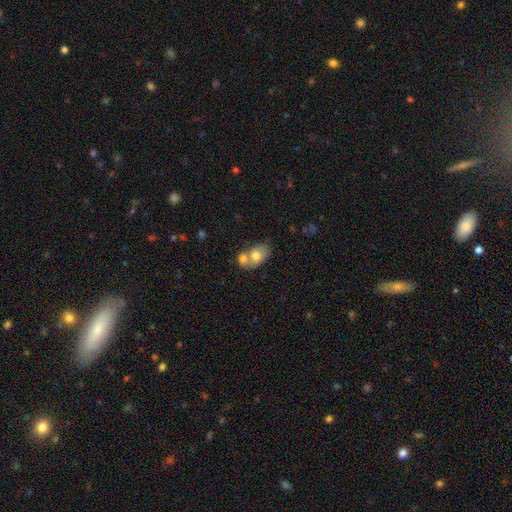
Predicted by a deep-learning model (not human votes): smooth_or_featured: smooth (p=0.72) [alt: featured or disk p=0.21]
how_rounded: in between (p=0.80) [alt: round p=0.19]
merging: merger (p=0.58) [alt: none p=0.28]